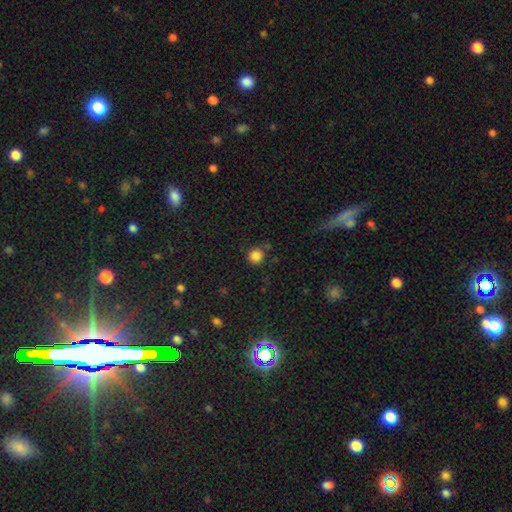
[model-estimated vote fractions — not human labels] Smooth or featured: smooth — 84% (star or artifact — 12%)
How rounded: round — 92% (in between — 7%)
Merging: none — 78% (minor disturbance — 13%)